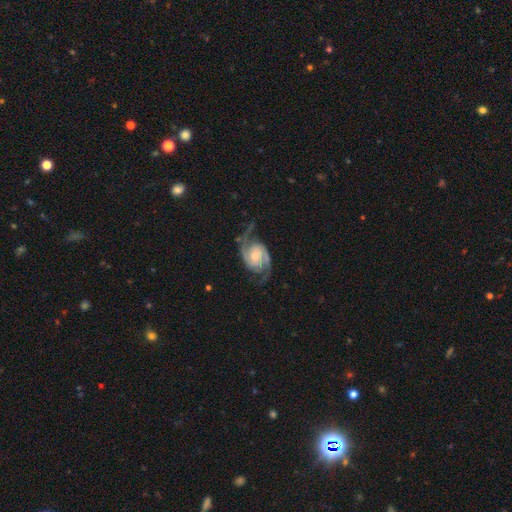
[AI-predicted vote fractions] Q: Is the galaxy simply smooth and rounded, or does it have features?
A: featured or disk — 91%.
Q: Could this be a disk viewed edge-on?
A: no — 98%.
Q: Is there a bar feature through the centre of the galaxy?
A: no — 60%.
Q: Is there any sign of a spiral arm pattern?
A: yes — 98%.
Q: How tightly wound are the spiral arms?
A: medium — 52%.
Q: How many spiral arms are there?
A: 2 — 92%.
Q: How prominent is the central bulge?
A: moderate — 45%.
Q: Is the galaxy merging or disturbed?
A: none — 72%.